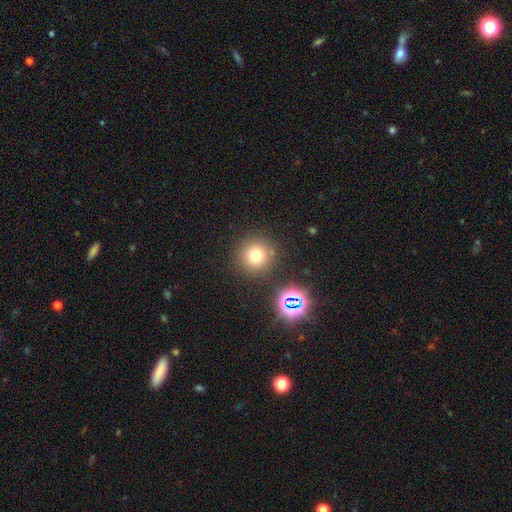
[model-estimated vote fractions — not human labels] Smooth or featured: smooth — 73% (star or artifact — 19%)
How rounded: round — 95% (in between — 4%)
Merging: none — 84% (minor disturbance — 7%)